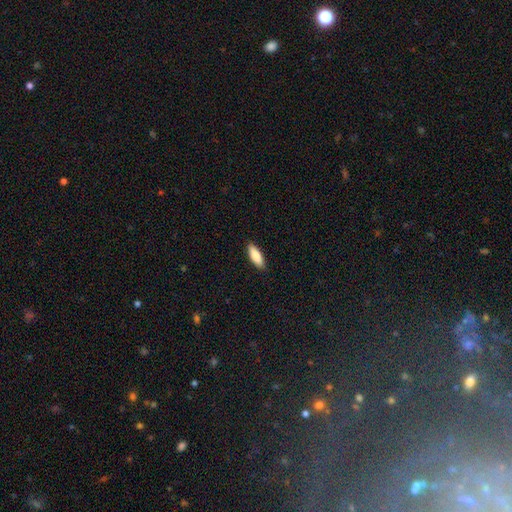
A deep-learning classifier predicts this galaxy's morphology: This is clearly a smooth galaxy (84%). How rounded: likely in between (62%). Merging: clearly none (89%).